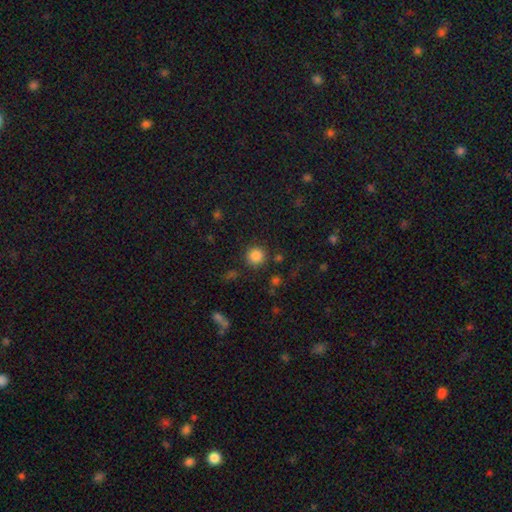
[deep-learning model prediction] Q: Smooth or featured?
A: smooth (84%); runner-up: star or artifact (11%)
Q: How rounded?
A: round (94%); runner-up: in between (5%)
Q: Merging?
A: none (87%); runner-up: minor disturbance (7%)